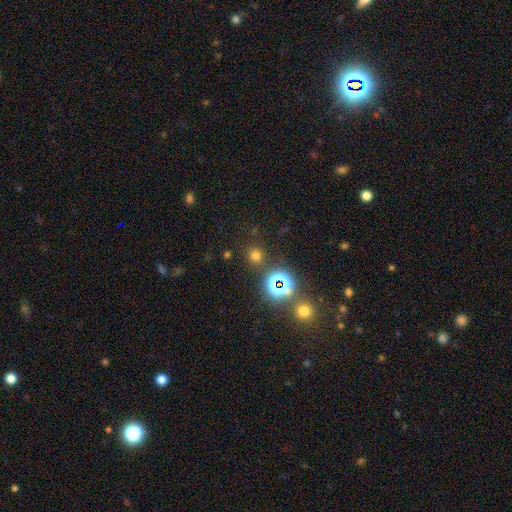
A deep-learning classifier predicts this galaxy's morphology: Smooth or featured?
  - smooth: 64% *
  - star or artifact: 30%
  - featured or disk: 6%
How rounded?
  - round: 88% *
  - in between: 10%
  - cigar-shaped: 1%
Merging?
  - none: 83% *
  - minor disturbance: 8%
  - merger: 5%
  - major disturbance: 4%